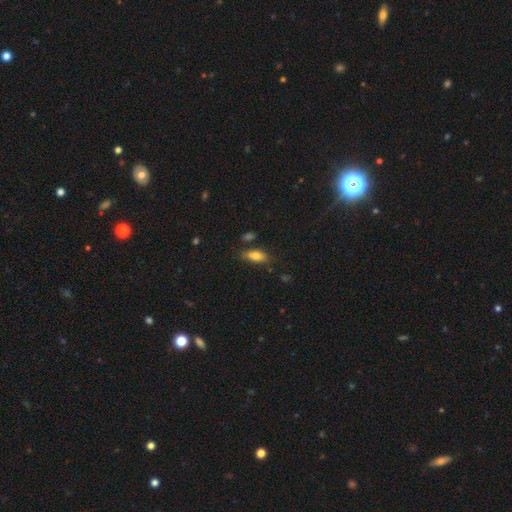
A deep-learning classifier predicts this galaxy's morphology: smooth 79%, featured or disk 13%, star or artifact 8%. Down the decision tree: how rounded — in between (79%); merging — none (73%).